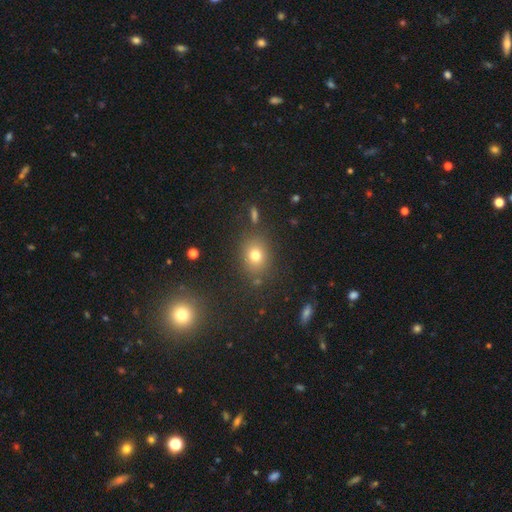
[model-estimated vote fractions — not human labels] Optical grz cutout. It shows a smooth galaxy with no disk features (72%) that is round (55%). Merging: none (82%).